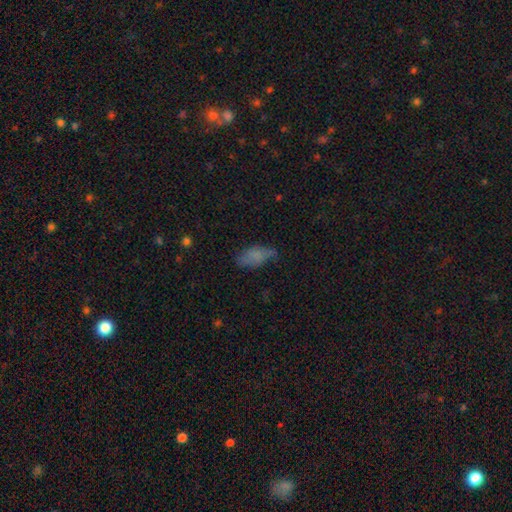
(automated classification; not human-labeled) smooth-or-featured: smooth: 72% | featured or disk: 17% | star or artifact: 11%
  how-rounded: in between: 86% | cigar-shaped: 11% | round: 3%
  merging: none: 51% | minor disturbance: 33% | major disturbance: 14% | merger: 3%